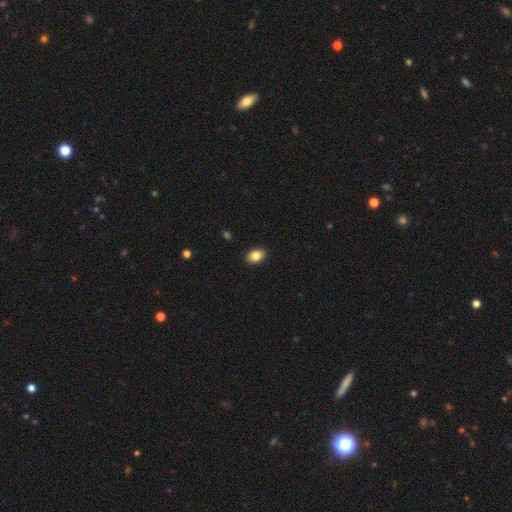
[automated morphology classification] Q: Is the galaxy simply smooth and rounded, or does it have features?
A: smooth — 85%.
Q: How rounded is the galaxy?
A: in between — 85%.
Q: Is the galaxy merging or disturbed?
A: none — 90%.